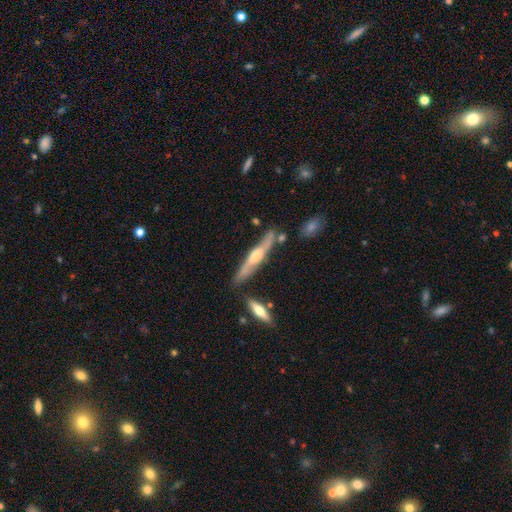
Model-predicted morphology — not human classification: A featured or disk galaxy (66%) viewed edge-on (89%) with a rounded central bulge (81%).

Vote fractions:
- Smooth or featured? featured or disk: 66% / smooth: 28% / star or artifact: 6%
- Edge-on disk? yes: 89% / no: 11%
- Edge-on bulge? rounded: 81% / none: 10% / boxy: 8%
- Merging? none: 73% / minor disturbance: 16% / merger: 7% / major disturbance: 3%